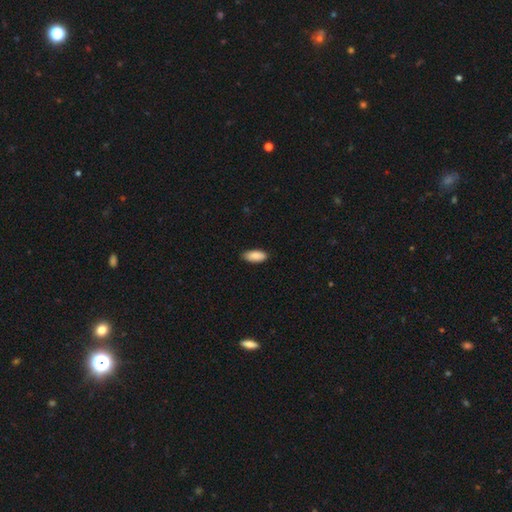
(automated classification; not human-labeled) Morphology: type=smooth (90%); roundness=in between (89%); merging=none (84%).